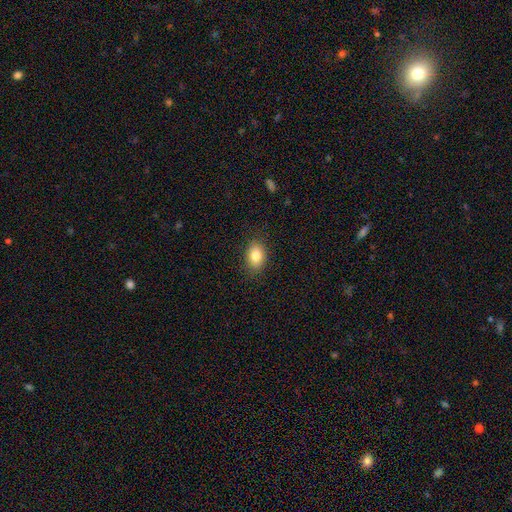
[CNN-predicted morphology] This is clearly a smooth galaxy (82%). How rounded: likely in between (78%). Merging: clearly none (87%).